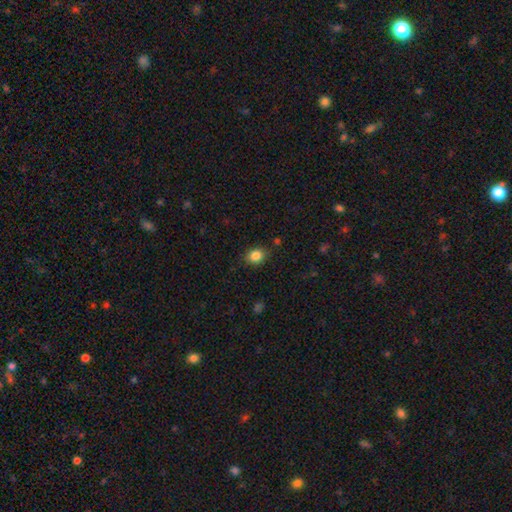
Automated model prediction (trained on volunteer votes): A smooth galaxy with no disk features (85%) that is round (53%).

Vote fractions:
- Smooth or featured? smooth: 85% / star or artifact: 10% / featured or disk: 5%
- How rounded? round: 53% / in between: 47% / cigar-shaped: 1%
- Merging? none: 84% / minor disturbance: 11% / major disturbance: 3% / merger: 2%